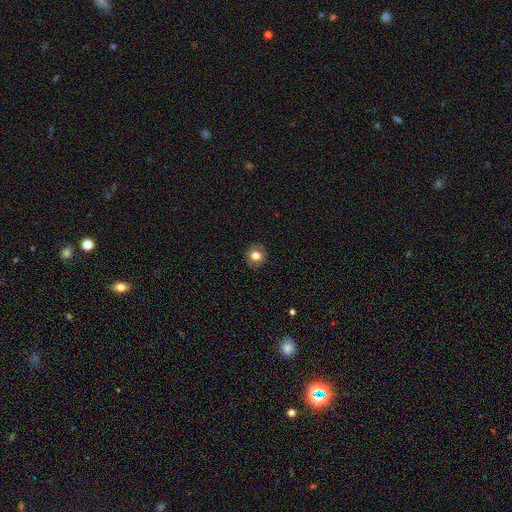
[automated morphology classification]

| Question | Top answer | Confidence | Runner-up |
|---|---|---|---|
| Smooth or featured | smooth | 80% | featured or disk (10%) |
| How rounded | round | 84% | in between (16%) |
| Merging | none | 89% | minor disturbance (8%) |